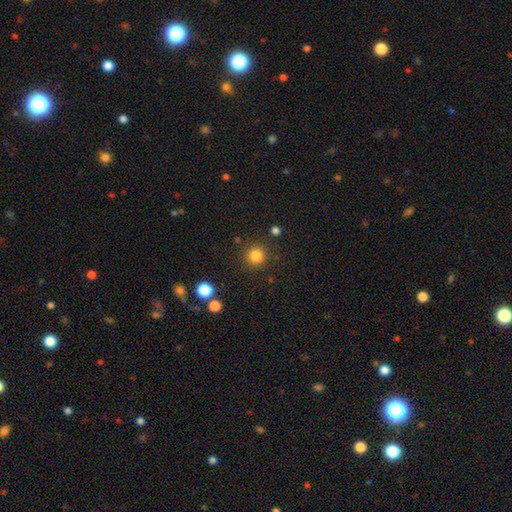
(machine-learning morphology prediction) Smooth or featured? Predicted: smooth (p=0.82). How rounded? Predicted: round (p=0.90). Merging? Predicted: none (p=0.85).